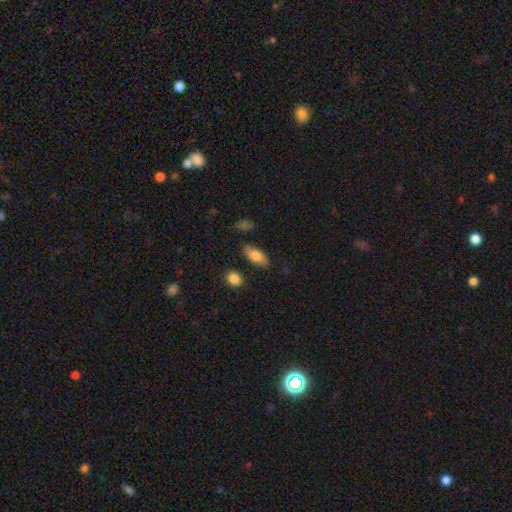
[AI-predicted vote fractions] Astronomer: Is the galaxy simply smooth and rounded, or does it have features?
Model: smooth — 81%.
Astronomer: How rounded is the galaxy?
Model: in between — 89%.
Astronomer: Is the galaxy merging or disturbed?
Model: none — 83%.